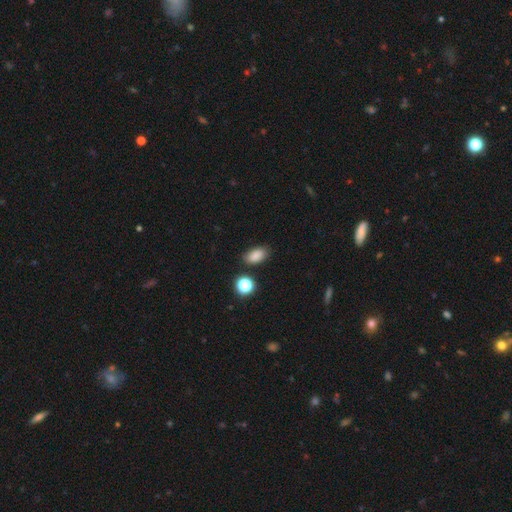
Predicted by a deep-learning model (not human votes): Smooth or featured? smooth (85%)
How rounded? in between (89%)
Merging? none (82%)